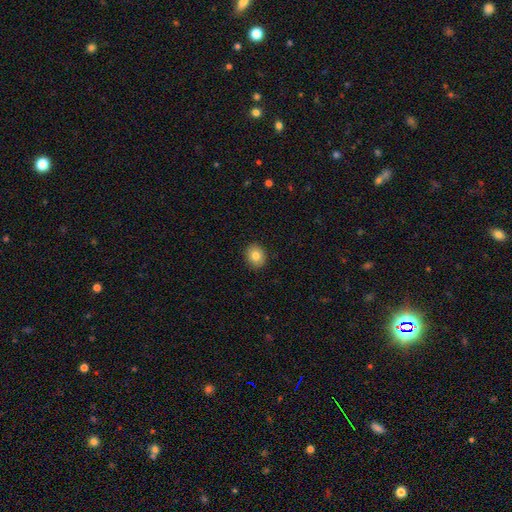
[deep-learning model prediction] The model was most divided on "how rounded": round: 65%, in between: 34%, cigar-shaped: 1%. More confident: merging — none (91%); smooth or featured — smooth (81%).